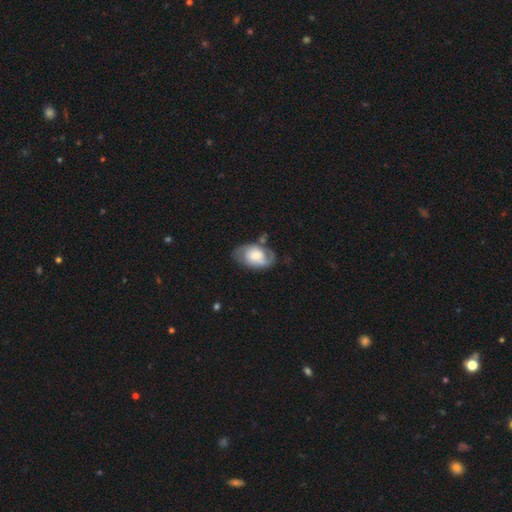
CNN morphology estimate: Smooth or featured?
  - featured or disk: 57% *
  - smooth: 36%
  - star or artifact: 6%
Edge-on disk?
  - no: 95% *
  - yes: 5%
Bar?
  - no: 52% *
  - weak: 37%
  - strong: 10%
Spiral arms?
  - yes: 82% *
  - no: 18%
Bulge size?
  - moderate: 37% *
  - small: 28%
  - large: 24%
  - none: 6%
  - dominant: 4%
Merging?
  - none: 59% *
  - minor disturbance: 24%
  - major disturbance: 12%
  - merger: 5%